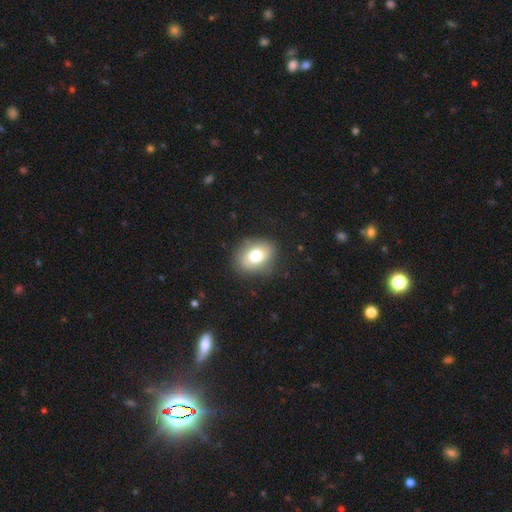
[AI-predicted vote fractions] This appears to be a smooth galaxy with no disk features (76%) that is in between round and cigar-shaped (67%). Merging: none (82%).